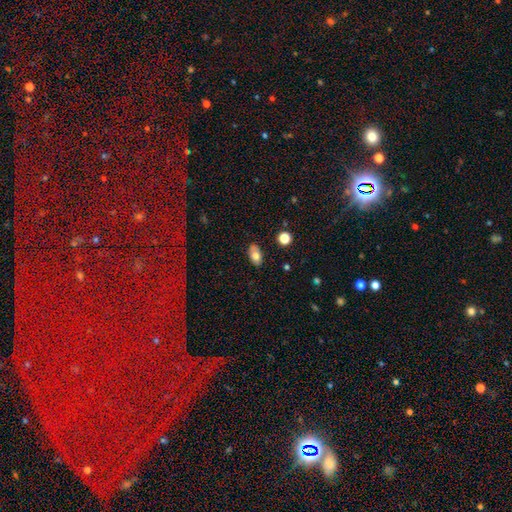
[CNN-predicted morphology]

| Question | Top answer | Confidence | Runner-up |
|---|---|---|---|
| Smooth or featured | smooth | 73% | featured or disk (19%) |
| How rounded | in between | 91% | round (7%) |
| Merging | none | 81% | minor disturbance (14%) |